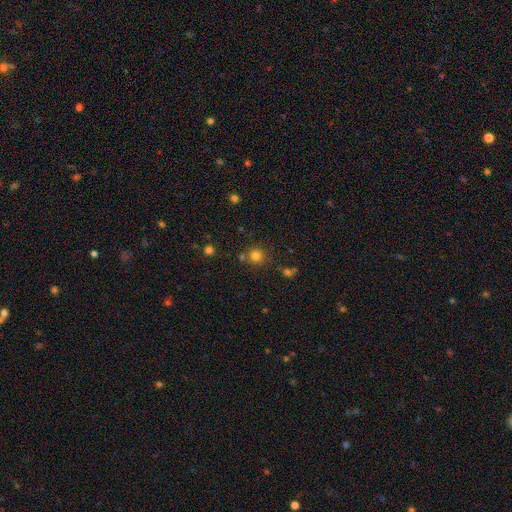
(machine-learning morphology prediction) Smooth or featured? Predicted: smooth (p=0.79). How rounded? Predicted: round (p=0.92). Merging? Predicted: none (p=0.76).